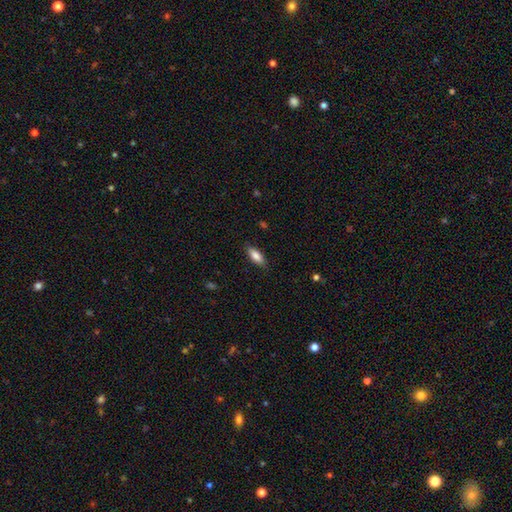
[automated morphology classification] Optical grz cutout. It shows a smooth galaxy with no disk features (85%) that is in between round and cigar-shaped (73%). Merging: none (85%).